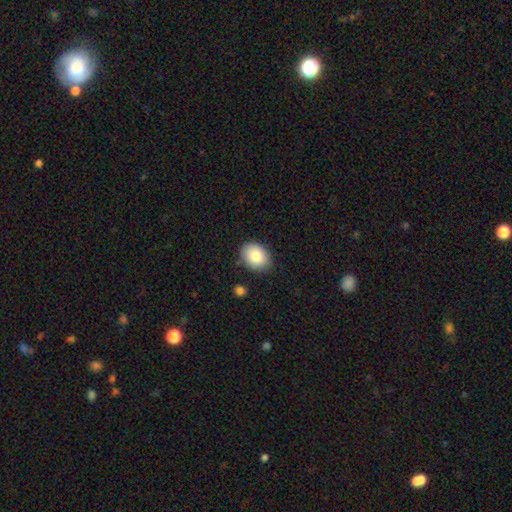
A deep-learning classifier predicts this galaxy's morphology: Smooth or featured?
  - smooth: 83% *
  - featured or disk: 9%
  - star or artifact: 8%
How rounded?
  - in between: 60% *
  - round: 39%
  - cigar-shaped: 1%
Merging?
  - none: 82% *
  - minor disturbance: 13%
  - major disturbance: 3%
  - merger: 2%